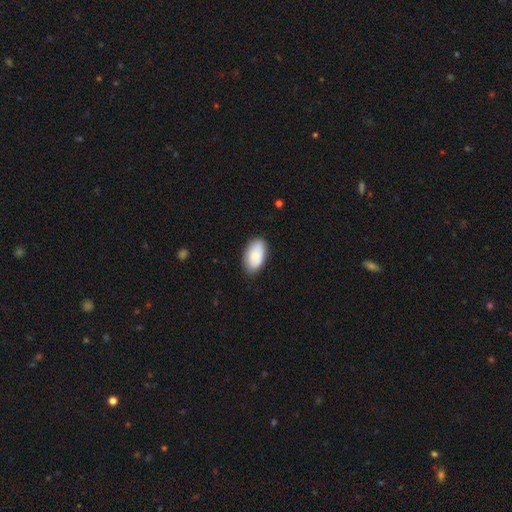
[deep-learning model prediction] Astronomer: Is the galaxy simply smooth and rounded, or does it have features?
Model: smooth — 80%.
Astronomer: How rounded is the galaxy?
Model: in between — 94%.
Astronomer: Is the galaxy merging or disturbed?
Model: none — 82%.